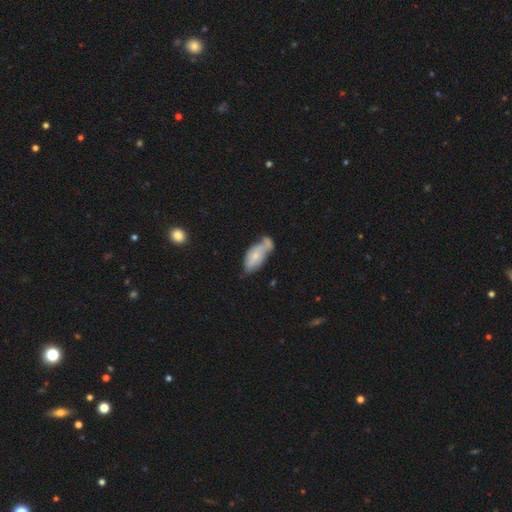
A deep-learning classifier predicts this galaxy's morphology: smooth-or-featured: smooth: 64% | featured or disk: 29% | star or artifact: 7%
  how-rounded: in between: 88% | cigar-shaped: 9% | round: 3%
  merging: merger: 37% | none: 27% | minor disturbance: 24% | major disturbance: 12%